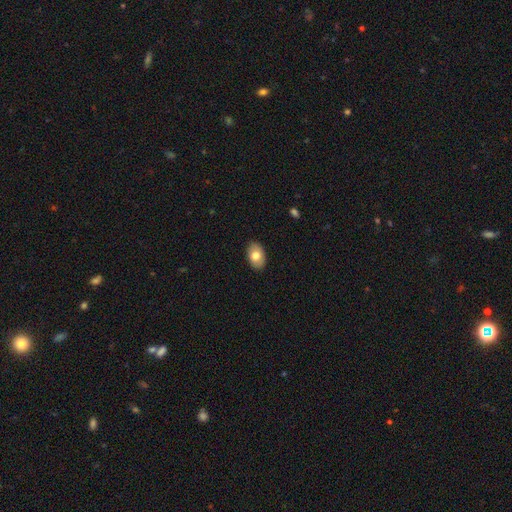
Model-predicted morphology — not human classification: This appears to be a smooth galaxy with no disk features (77%) that is in between round and cigar-shaped (89%). Merging: none (89%).